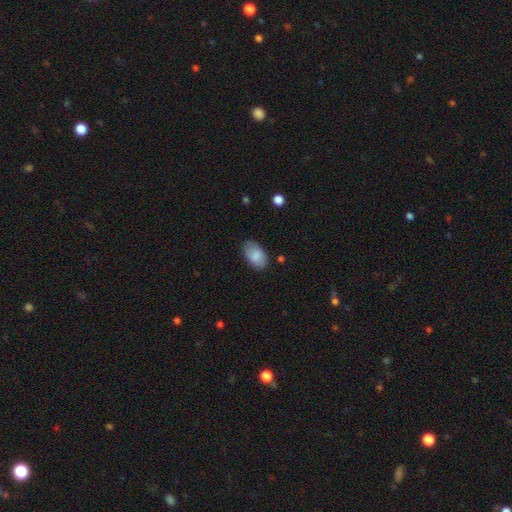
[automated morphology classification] Overall: smooth (84%). How rounded: in between (94%). Merging: none (79%).